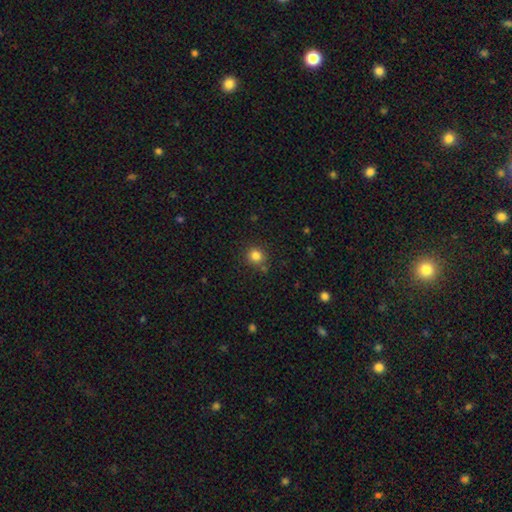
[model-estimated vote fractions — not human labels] Smooth or featured?
  - smooth: 82% *
  - star or artifact: 13%
  - featured or disk: 5%
How rounded?
  - round: 90% *
  - in between: 9%
  - cigar-shaped: 1%
Merging?
  - none: 82% *
  - minor disturbance: 10%
  - merger: 6%
  - major disturbance: 3%